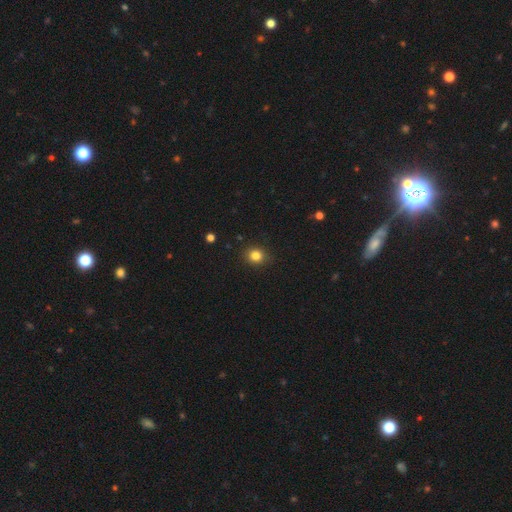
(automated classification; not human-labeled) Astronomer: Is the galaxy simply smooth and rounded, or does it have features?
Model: smooth — 83%.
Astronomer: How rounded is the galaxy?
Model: round — 81%.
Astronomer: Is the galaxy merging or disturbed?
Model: none — 89%.